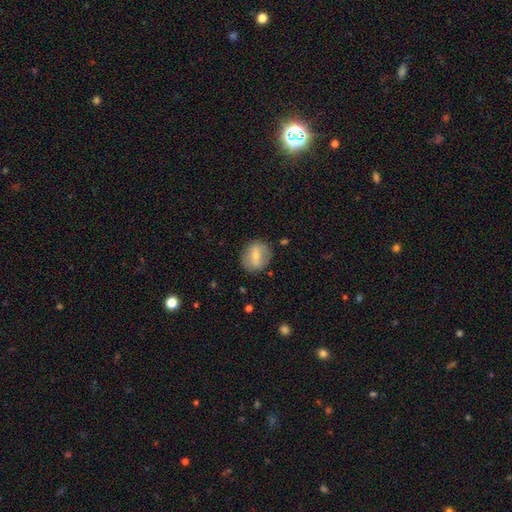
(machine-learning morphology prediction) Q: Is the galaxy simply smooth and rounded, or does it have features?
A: smooth — 58%.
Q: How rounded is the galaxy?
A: round — 64%.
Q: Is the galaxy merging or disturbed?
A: none — 82%.